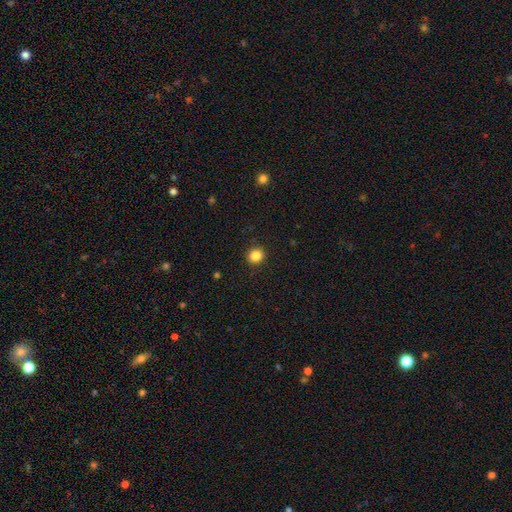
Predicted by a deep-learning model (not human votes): smooth-or-featured: smooth: 86% | star or artifact: 11% | featured or disk: 4%
  how-rounded: round: 82% | in between: 17% | cigar-shaped: 1%
  merging: none: 91% | minor disturbance: 6% | major disturbance: 2% | merger: 1%